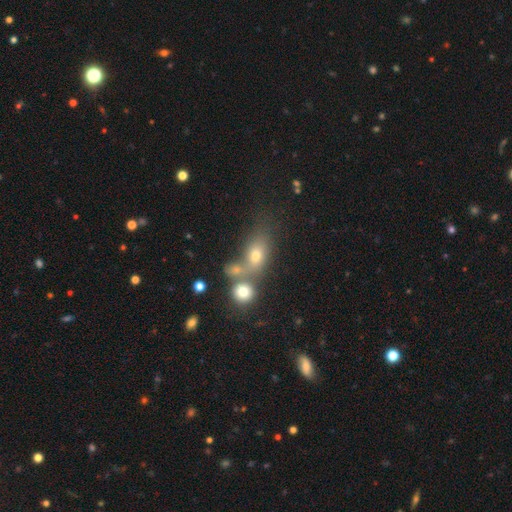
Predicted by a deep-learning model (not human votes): smooth-or-featured: smooth: 66% | featured or disk: 19% | star or artifact: 15%
  how-rounded: in between: 69% | round: 26% | cigar-shaped: 5%
  merging: merger: 47% | none: 35% | minor disturbance: 10% | major disturbance: 8%